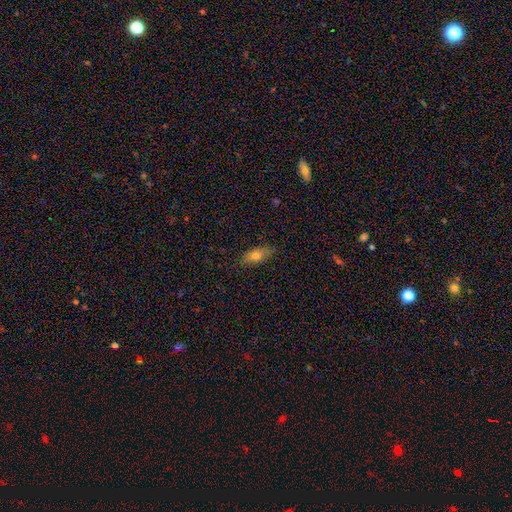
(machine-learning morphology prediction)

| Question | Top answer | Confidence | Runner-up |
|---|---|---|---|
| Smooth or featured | smooth | 70% | featured or disk (21%) |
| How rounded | in between | 76% | cigar-shaped (19%) |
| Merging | none | 82% | minor disturbance (14%) |